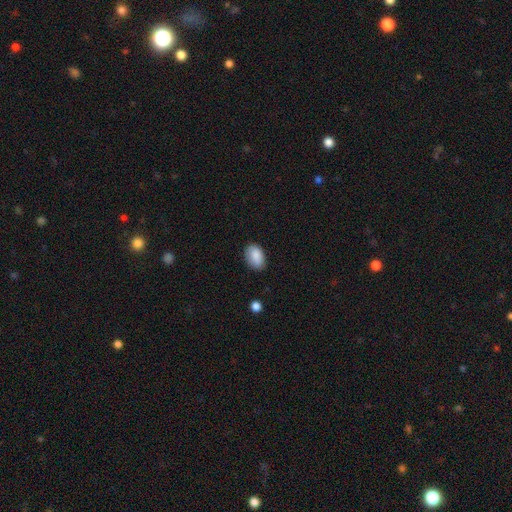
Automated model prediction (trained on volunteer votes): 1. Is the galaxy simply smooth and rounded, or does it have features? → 86% smooth, 7% star or artifact, 7% featured or disk.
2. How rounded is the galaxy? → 88% in between, 11% round, 1% cigar-shaped.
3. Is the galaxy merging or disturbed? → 76% none, 19% minor disturbance, 3% major disturbance, 1% merger.